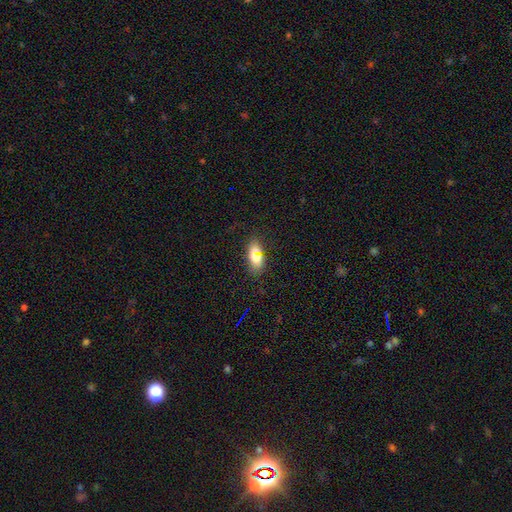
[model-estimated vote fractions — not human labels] Smooth or featured: smooth — 71% (star or artifact — 14%)
How rounded: in between — 79% (cigar-shaped — 13%)
Merging: none — 77% (minor disturbance — 13%)